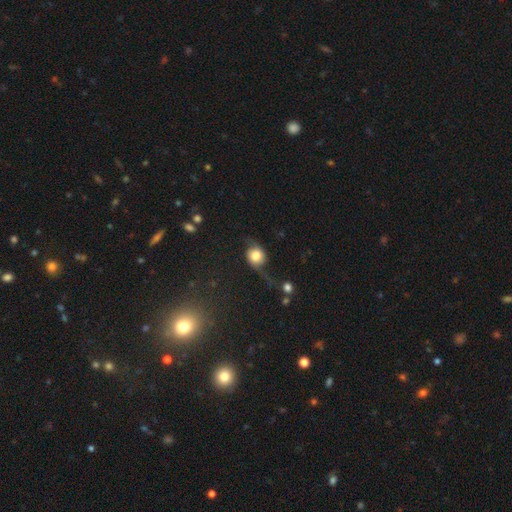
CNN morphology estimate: smooth 52%, featured or disk 39%, star or artifact 9%. Down the decision tree: how rounded — round (71%); merging — none (43%).